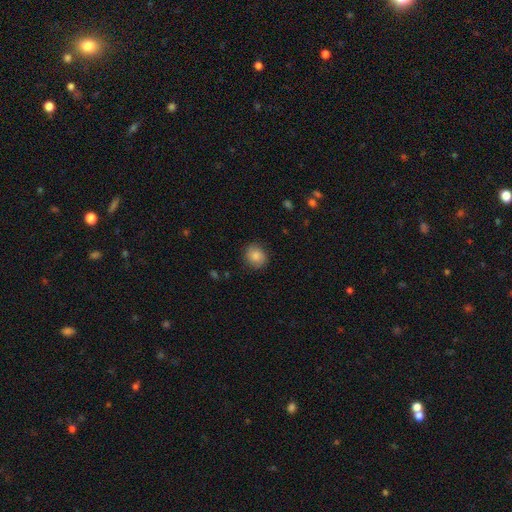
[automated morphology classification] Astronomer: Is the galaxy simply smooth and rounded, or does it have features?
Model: smooth — 82%.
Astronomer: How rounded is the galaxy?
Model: round — 81%.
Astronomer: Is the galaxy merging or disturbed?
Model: none — 84%.